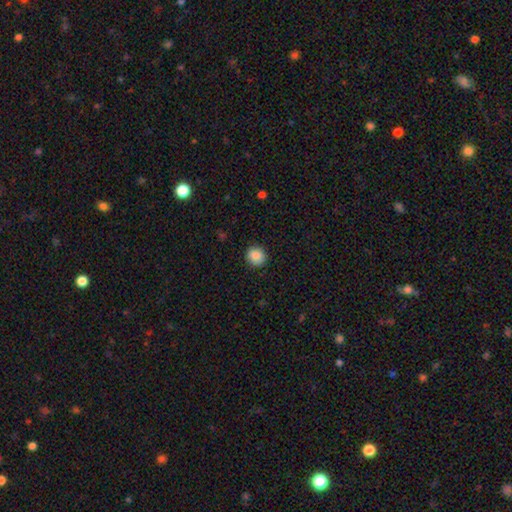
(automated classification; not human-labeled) Smooth or featured? Predicted: smooth (p=0.88). How rounded? Predicted: round (p=0.85). Merging? Predicted: none (p=0.90).